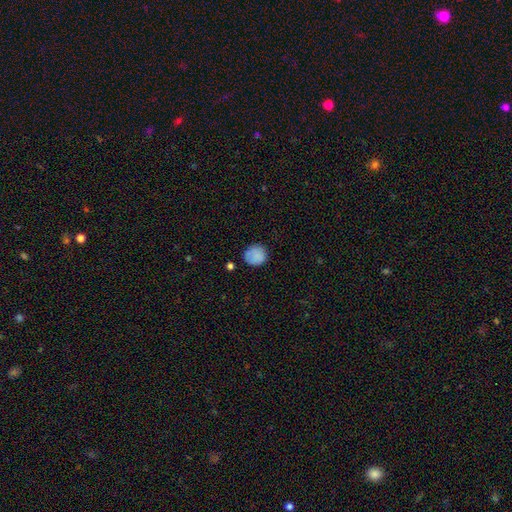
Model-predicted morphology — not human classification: A smooth galaxy with no disk features (85%) that is round (86%). Merging: none (78%).